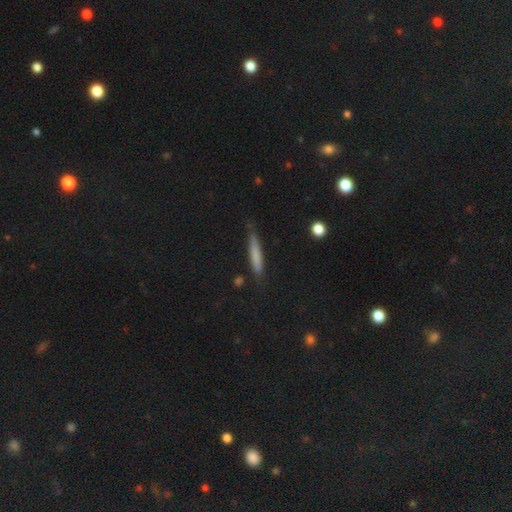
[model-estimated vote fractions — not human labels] This is likely a smooth galaxy (71%). How rounded: clearly cigar-shaped (91%). Merging: likely none (77%).